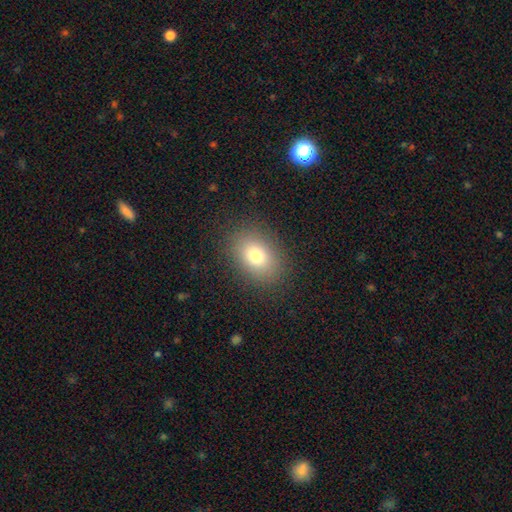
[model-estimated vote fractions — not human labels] smooth-or-featured: smooth: 78% | star or artifact: 12% | featured or disk: 11%
  how-rounded: in between: 70% | round: 29% | cigar-shaped: 1%
  merging: none: 87% | minor disturbance: 9% | major disturbance: 4% | merger: 1%